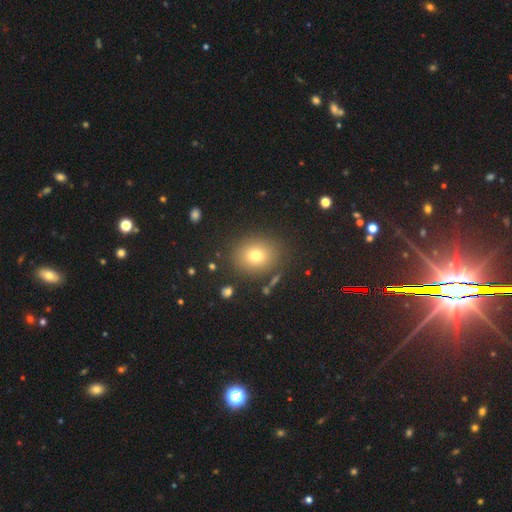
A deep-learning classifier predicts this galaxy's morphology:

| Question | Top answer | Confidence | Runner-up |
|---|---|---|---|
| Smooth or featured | smooth | 73% | star or artifact (16%) |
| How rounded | round | 69% | in between (30%) |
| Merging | none | 86% | minor disturbance (8%) |